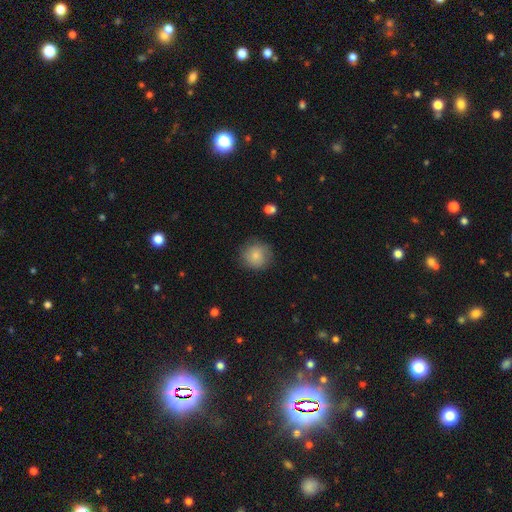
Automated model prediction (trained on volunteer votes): smooth 82%, featured or disk 10%, star or artifact 8%. Down the decision tree: how rounded — round (91%); merging — none (83%).